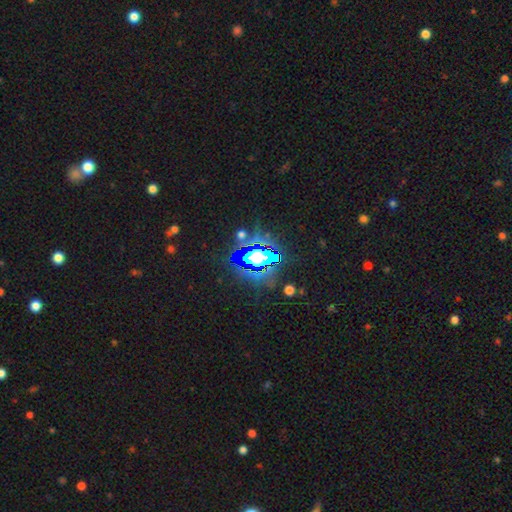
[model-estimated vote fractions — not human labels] A star or artifact, not a galaxy (83%).

Vote fractions:
- Smooth or featured? star or artifact: 83% / smooth: 11% / featured or disk: 7%